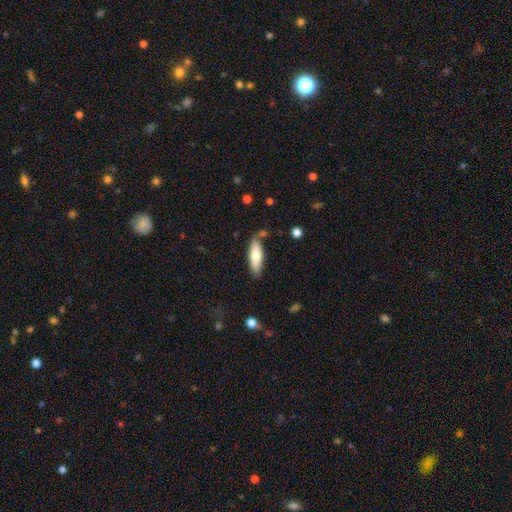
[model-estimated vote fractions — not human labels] Overall: smooth (70%). How rounded: in between (55%; cigar-shaped 43%). Merging: none (78%).